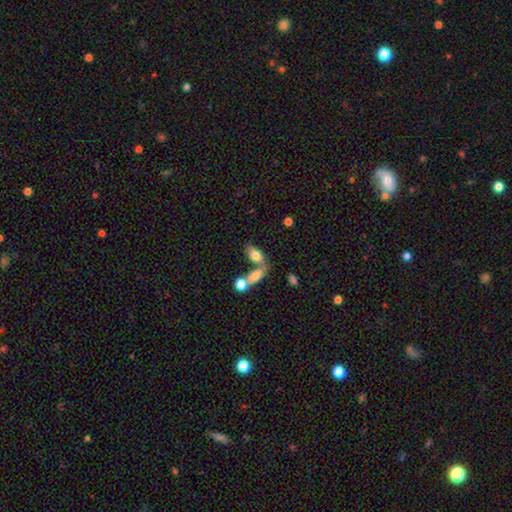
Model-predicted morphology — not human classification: Smooth or featured: smooth — 75% (featured or disk — 17%)
How rounded: in between — 86% (cigar-shaped — 8%)
Merging: merger — 47% (none — 38%)